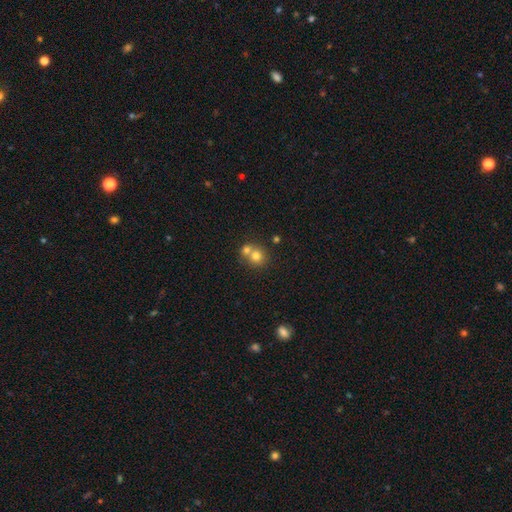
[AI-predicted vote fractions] This is likely a smooth galaxy (74%). How rounded: clearly round (85%). Merging: possibly merger (51%).